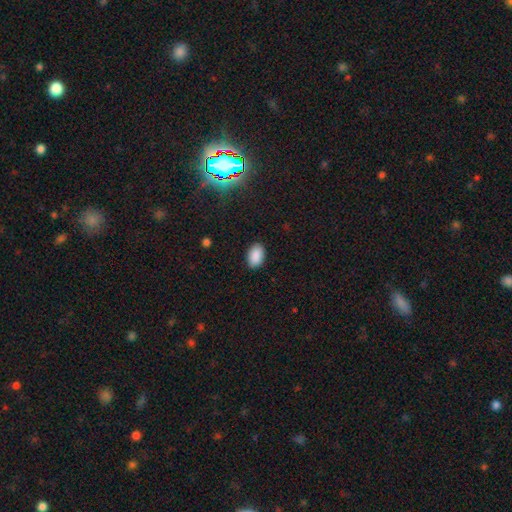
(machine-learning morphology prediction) Smooth or featured?
  - smooth: 89% *
  - star or artifact: 7%
  - featured or disk: 3%
How rounded?
  - in between: 91% *
  - round: 8%
  - cigar-shaped: 1%
Merging?
  - none: 88% *
  - minor disturbance: 9%
  - major disturbance: 2%
  - merger: 1%